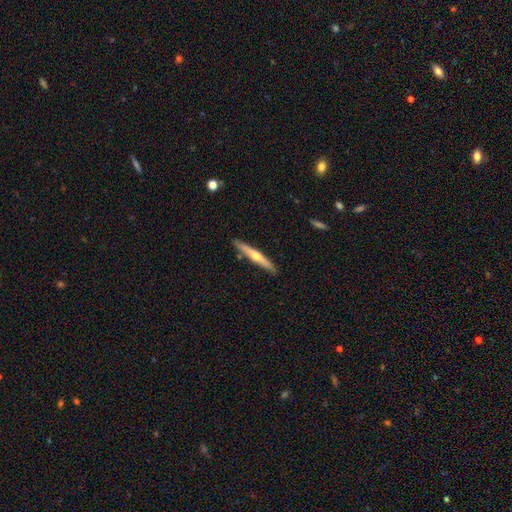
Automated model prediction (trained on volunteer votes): A featured or disk galaxy (55%) viewed edge-on (95%) with a rounded central bulge (82%). Merging: none (87%).